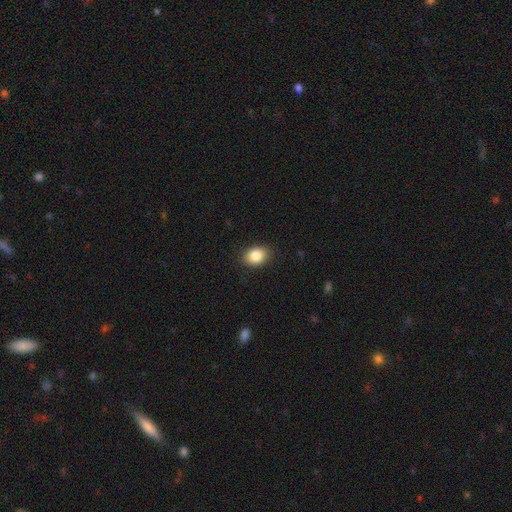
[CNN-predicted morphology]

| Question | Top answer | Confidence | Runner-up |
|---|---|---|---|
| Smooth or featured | smooth | 86% | star or artifact (9%) |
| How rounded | in between | 65% | round (34%) |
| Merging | none | 87% | minor disturbance (9%) |